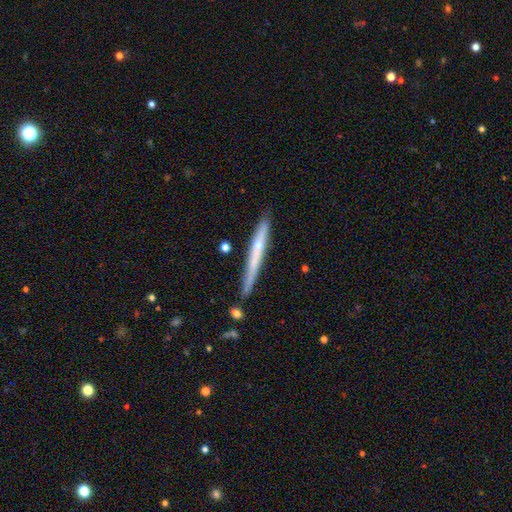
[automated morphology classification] This is possibly a featured or disk galaxy (53%). It is clearly viewed edge-on (94%). Edge-on bulge: likely none (61%). Merging: clearly none (81%).